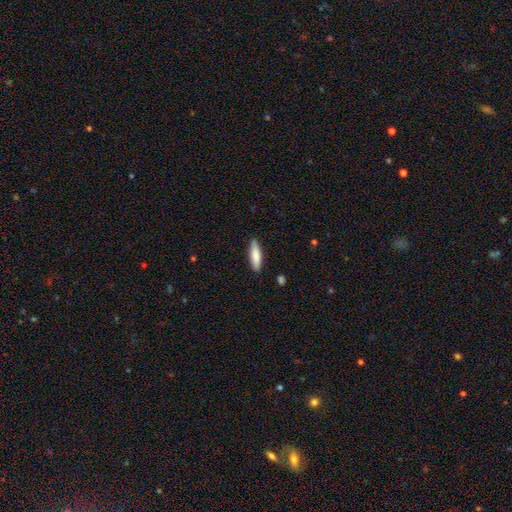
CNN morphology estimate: Smooth or featured? smooth (82%)
How rounded? cigar-shaped (67%)
Merging? none (87%)